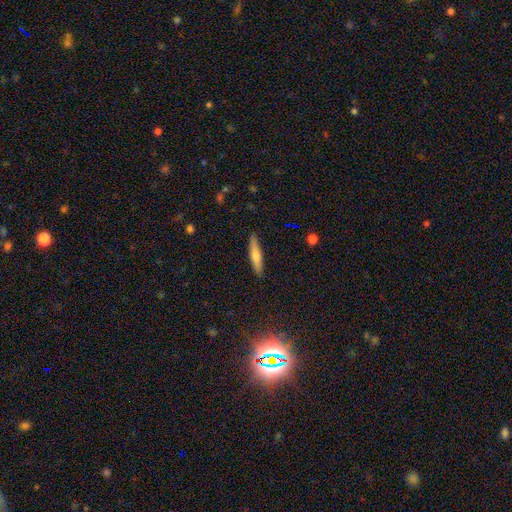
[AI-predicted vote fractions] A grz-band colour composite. It shows a smooth galaxy with no disk features (64%) that is cigar-shaped (89%). Merging: none (90%).